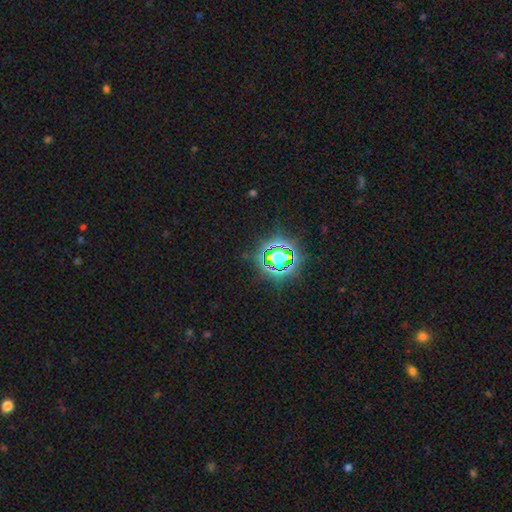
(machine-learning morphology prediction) The model was most divided on "smooth or featured": star or artifact: 78%, smooth: 15%, featured or disk: 7%.